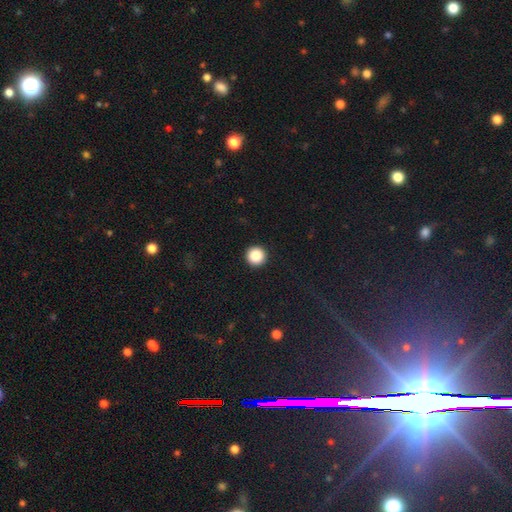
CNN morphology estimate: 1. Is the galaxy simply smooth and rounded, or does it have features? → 88% smooth, 9% star or artifact, 3% featured or disk.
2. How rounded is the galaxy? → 97% round, 2% in between, 1% cigar-shaped.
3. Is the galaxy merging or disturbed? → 94% none, 4% minor disturbance, 2% major disturbance, 1% merger.